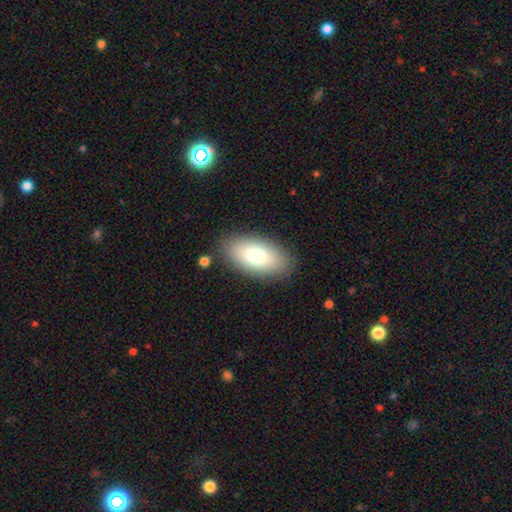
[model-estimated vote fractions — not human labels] Smooth or featured?
  - smooth: 77% *
  - featured or disk: 15%
  - star or artifact: 7%
How rounded?
  - in between: 92% *
  - cigar-shaped: 5%
  - round: 3%
Merging?
  - none: 85% *
  - minor disturbance: 10%
  - major disturbance: 3%
  - merger: 2%